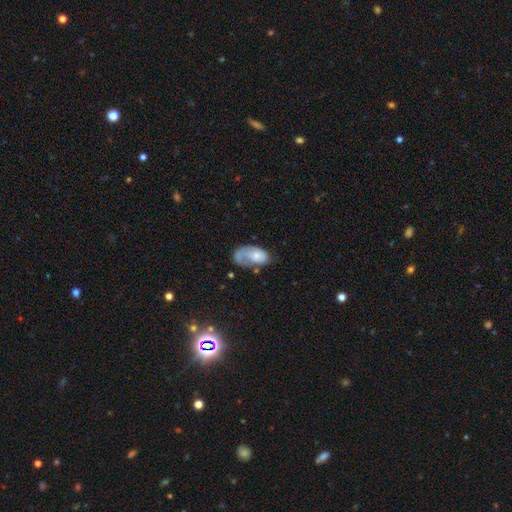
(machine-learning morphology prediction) Smooth or featured?
  - smooth: 51% *
  - featured or disk: 42%
  - star or artifact: 7%
How rounded?
  - in between: 92% *
  - round: 6%
  - cigar-shaped: 2%
Merging?
  - major disturbance: 37% *
  - none: 30%
  - minor disturbance: 24%
  - merger: 8%